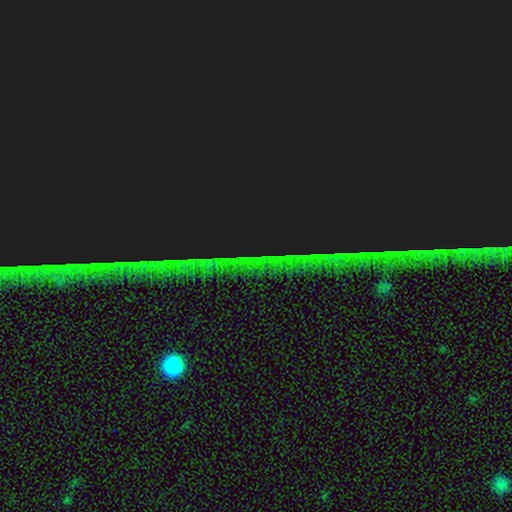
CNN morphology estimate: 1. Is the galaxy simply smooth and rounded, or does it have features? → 84% star or artifact, 8% featured or disk, 8% smooth.